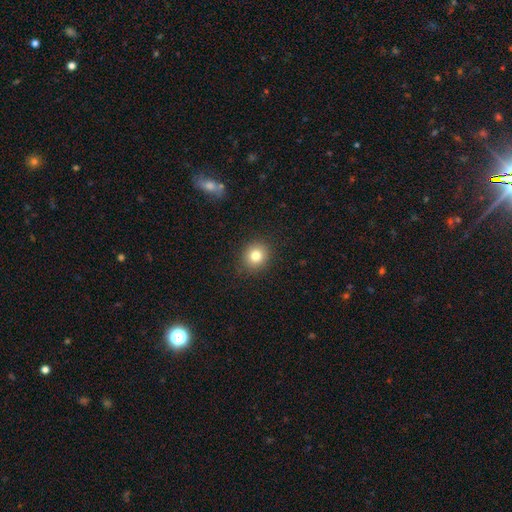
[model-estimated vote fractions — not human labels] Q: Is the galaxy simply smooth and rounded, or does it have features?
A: smooth — 80%.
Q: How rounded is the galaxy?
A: round — 85%.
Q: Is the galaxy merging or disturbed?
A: none — 90%.